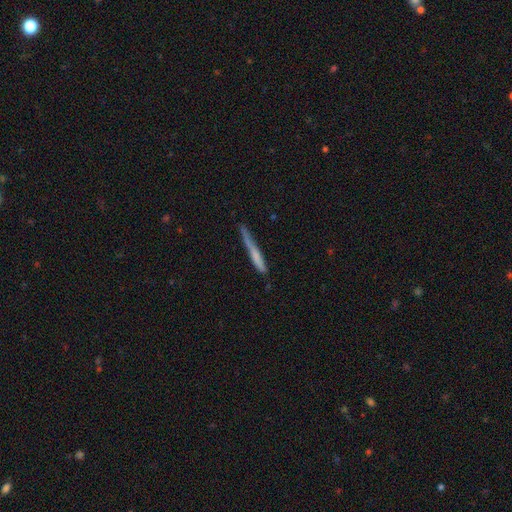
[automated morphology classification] Overall: smooth (59%; featured or disk 34%). How rounded: cigar-shaped (95%). Merging: none (63%; minor disturbance 26%).